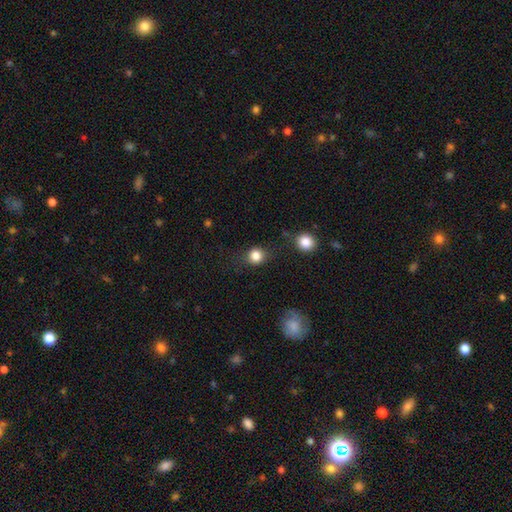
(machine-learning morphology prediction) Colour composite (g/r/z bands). It shows a smooth galaxy with no disk features (83%) that is round (81%). Merging: none (77%).